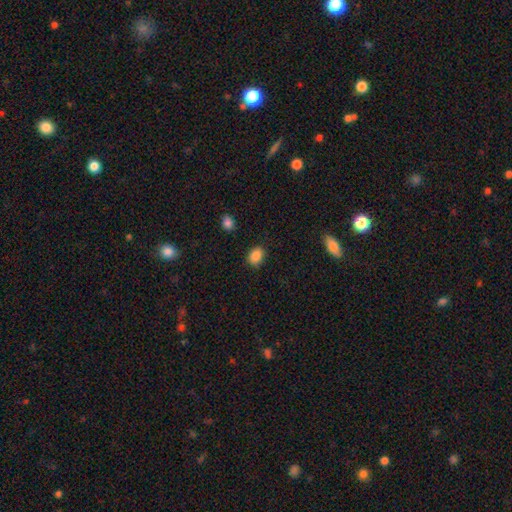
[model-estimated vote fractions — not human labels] This is clearly a smooth galaxy (87%). How rounded: likely in between (60%). Merging: clearly none (85%).